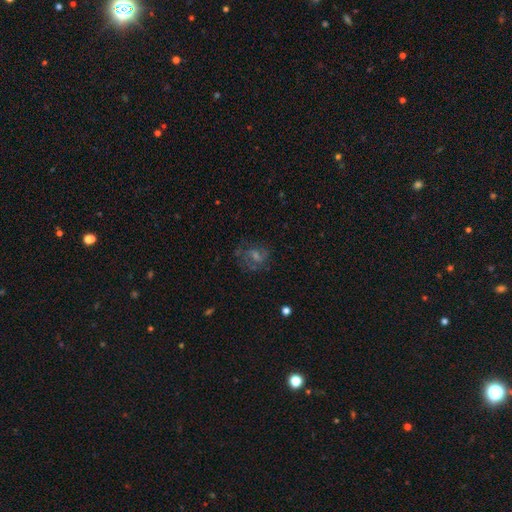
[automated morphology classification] A featured or disk galaxy (50%). Merging: none (69%).